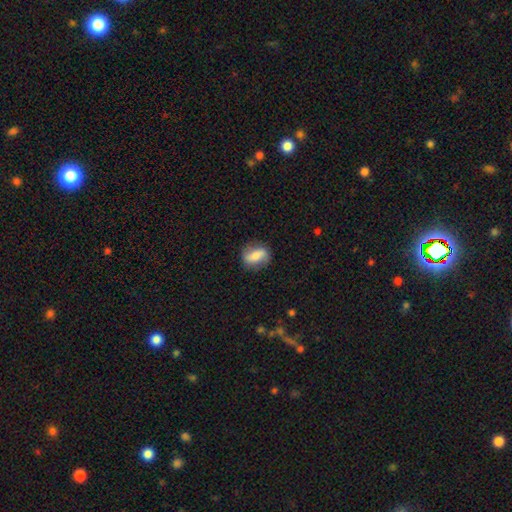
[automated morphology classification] The model was most divided on "smooth or featured": smooth: 56%, featured or disk: 37%, star or artifact: 8%. More confident: merging — none (80%); how rounded — in between (68%).